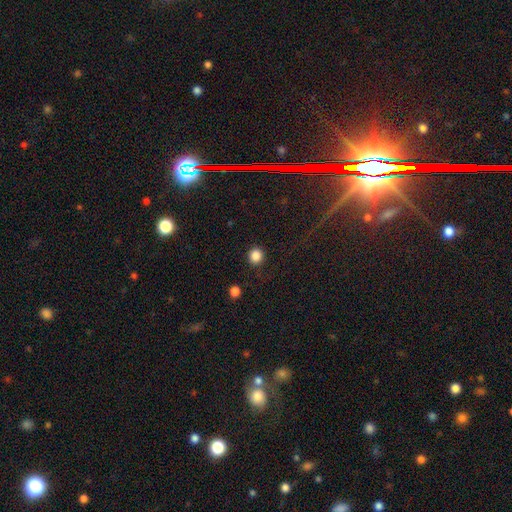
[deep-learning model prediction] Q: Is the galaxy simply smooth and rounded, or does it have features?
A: smooth — 86%.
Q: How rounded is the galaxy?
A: round — 90%.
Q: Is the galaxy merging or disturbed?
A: none — 88%.